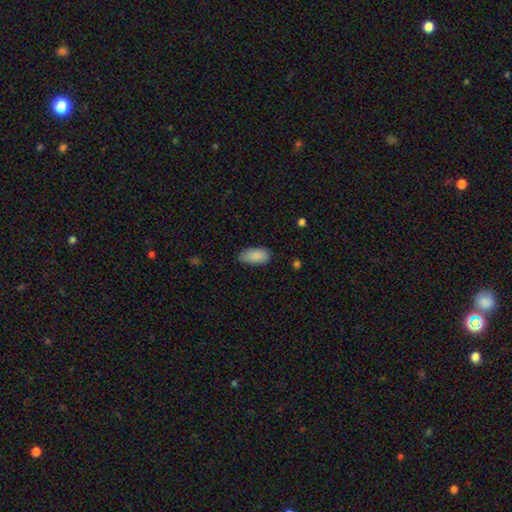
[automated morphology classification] type=smooth (89%); roundness=in between (92%); merging=none (74%).